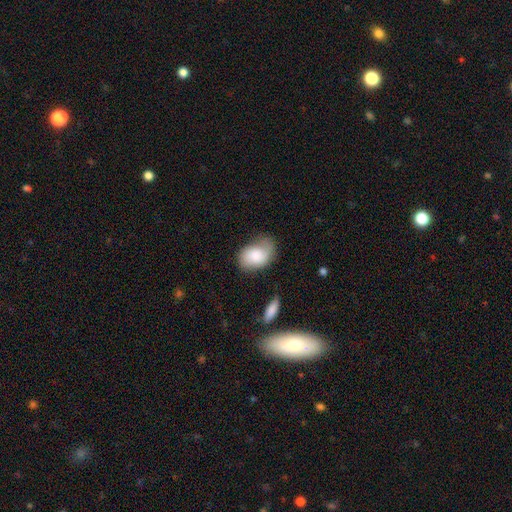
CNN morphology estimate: This appears to be a smooth galaxy with no disk features (69%) that is in between round and cigar-shaped (83%). Merging: none (56%).